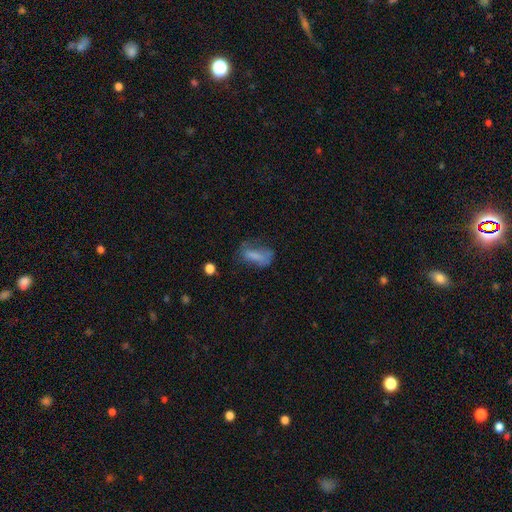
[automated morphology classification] type=smooth (63%); roundness=in between (80%); merging=none (35%).